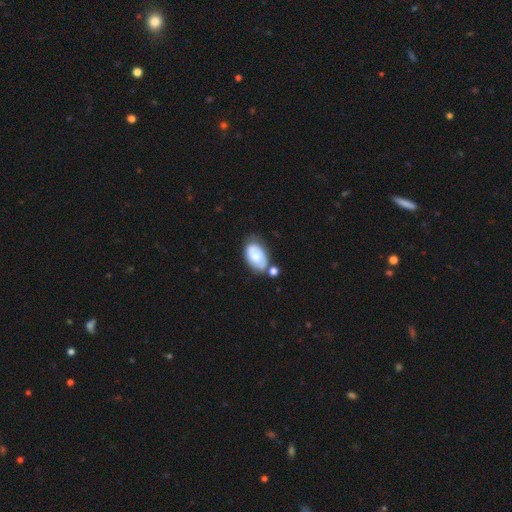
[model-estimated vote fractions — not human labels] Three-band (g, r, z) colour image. It shows a smooth galaxy with no disk features (59%) that is in between round and cigar-shaped (92%). Merging: none (48%).